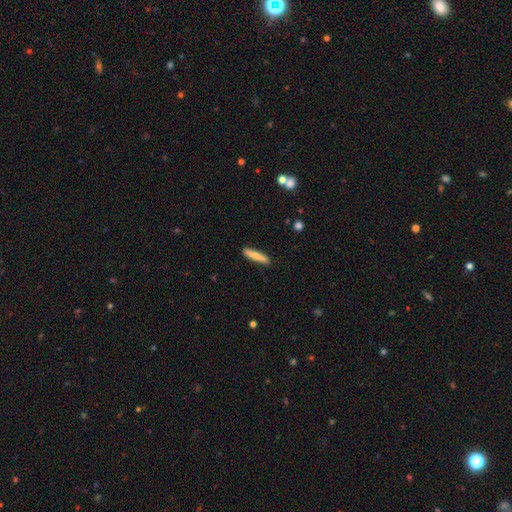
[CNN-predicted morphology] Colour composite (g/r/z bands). It shows a smooth galaxy with no disk features (76%) that is cigar-shaped (90%). Merging: none (88%).